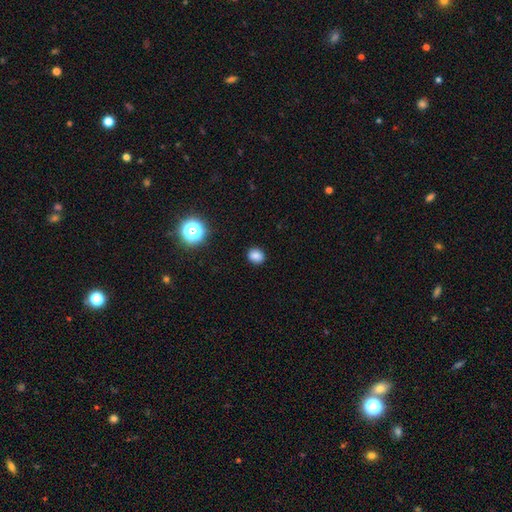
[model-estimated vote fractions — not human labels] smooth_or_featured: smooth (p=0.83) [alt: star or artifact p=0.13]
how_rounded: round (p=0.61) [alt: in between p=0.38]
merging: none (p=0.89) [alt: minor disturbance p=0.08]